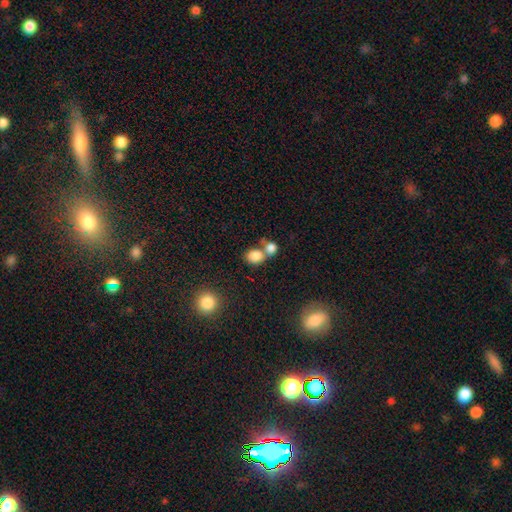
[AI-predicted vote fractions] Smooth or featured? smooth (83%)
How rounded? round (58%)
Merging? merger (47%)